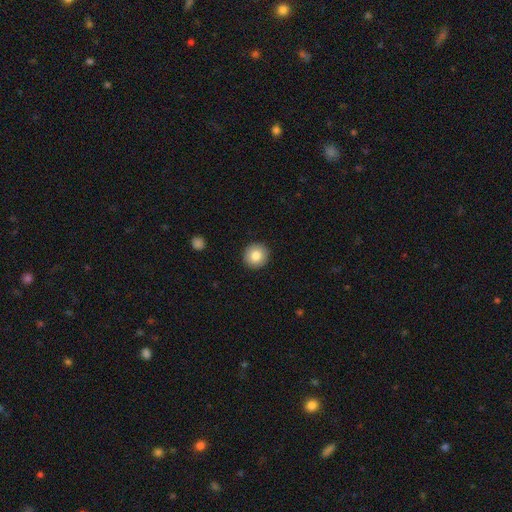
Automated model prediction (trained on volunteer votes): Q: Smooth or featured?
A: smooth (83%); runner-up: featured or disk (9%)
Q: How rounded?
A: round (95%); runner-up: in between (4%)
Q: Merging?
A: none (92%); runner-up: minor disturbance (5%)